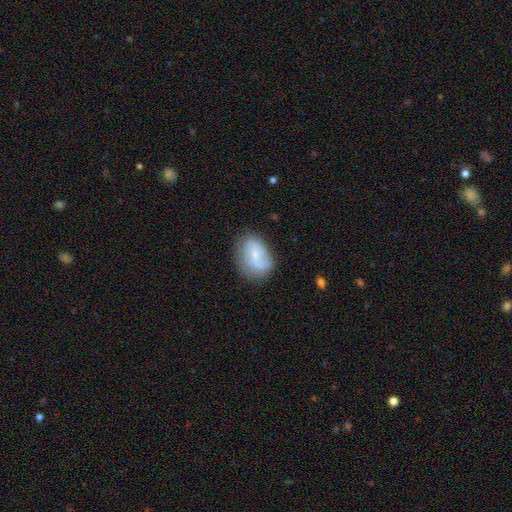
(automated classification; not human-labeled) This appears to be a featured or disk galaxy (50%). Merging: none (63%).